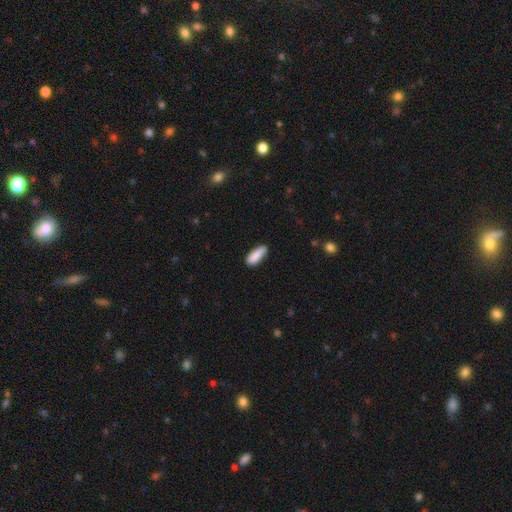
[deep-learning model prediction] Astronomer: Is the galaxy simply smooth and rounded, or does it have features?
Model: smooth — 88%.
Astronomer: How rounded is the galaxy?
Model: in between — 58% (runner-up: cigar-shaped, 40%).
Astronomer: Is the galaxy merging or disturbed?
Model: none — 74%.